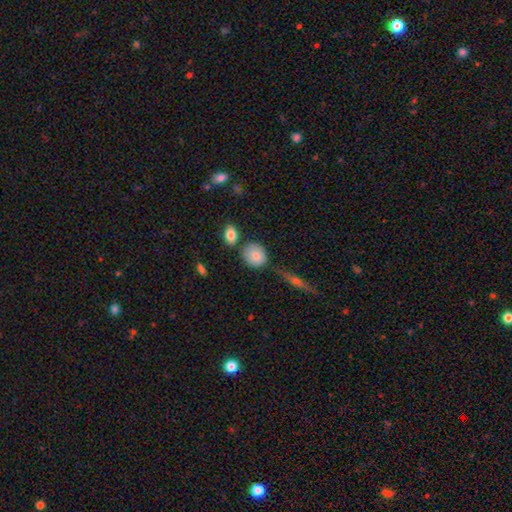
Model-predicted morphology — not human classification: The model was most divided on "how rounded": round: 72%, in between: 26%, cigar-shaped: 2%. More confident: smooth or featured — smooth (82%); merging — none (70%).